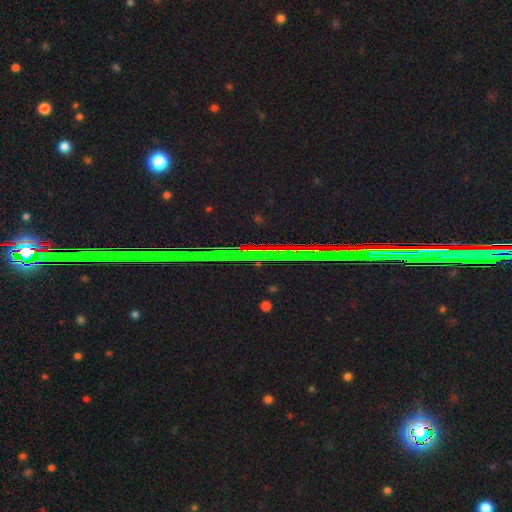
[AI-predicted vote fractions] Morphology: type=star or artifact (87%).